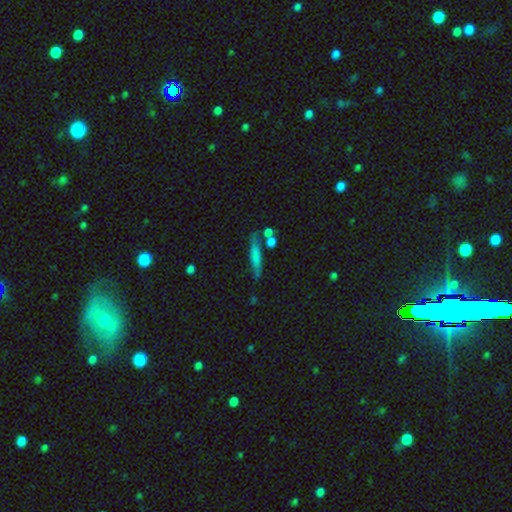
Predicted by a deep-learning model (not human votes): smooth-or-featured: smooth: 63% | featured or disk: 28% | star or artifact: 9%
  how-rounded: cigar-shaped: 85% | in between: 11% | round: 4%
  merging: none: 67% | minor disturbance: 17% | merger: 11% | major disturbance: 5%